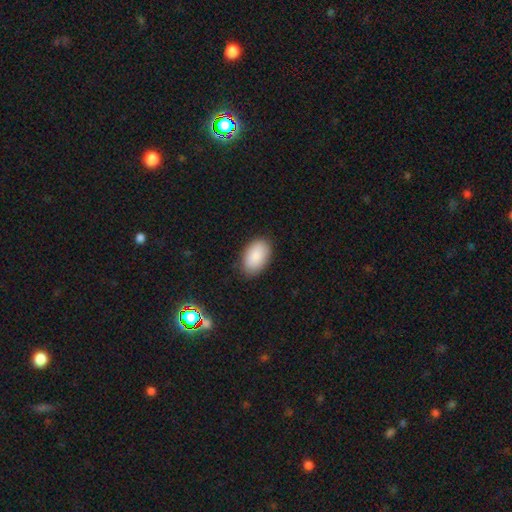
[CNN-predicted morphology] type=smooth (88%); roundness=in between (93%); merging=none (86%).